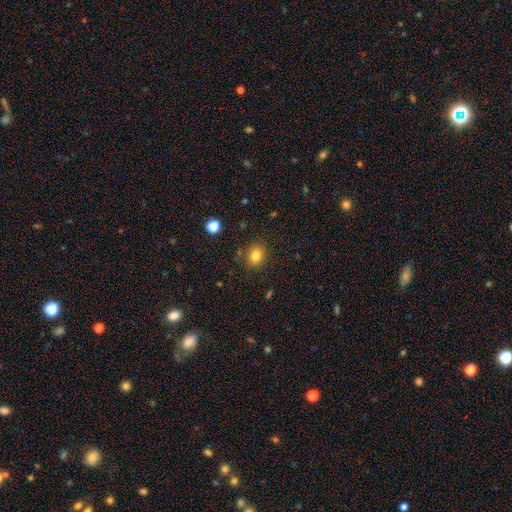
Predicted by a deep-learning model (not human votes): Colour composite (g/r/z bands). It shows a smooth galaxy with no disk features (82%) that is round (61%). Merging: none (84%).